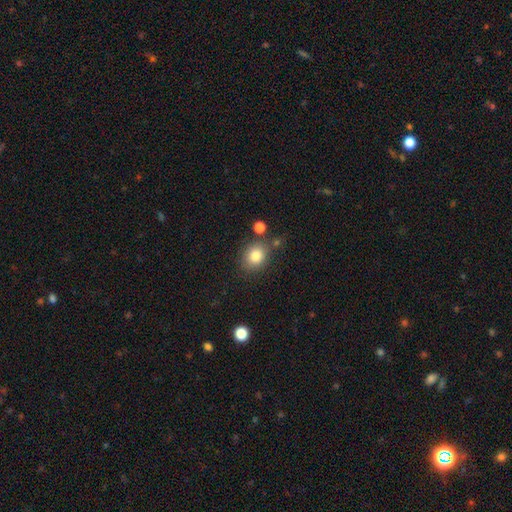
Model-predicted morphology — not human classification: The model was most divided on "how rounded": round: 61%, in between: 38%, cigar-shaped: 1%. More confident: smooth or featured — smooth (83%); merging — none (75%).